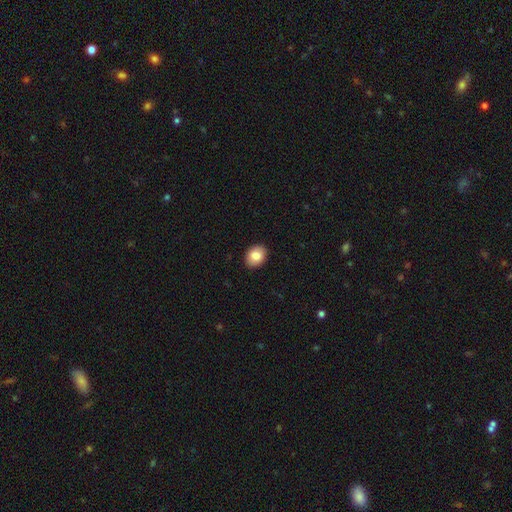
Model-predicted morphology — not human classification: smooth 85%, featured or disk 8%, star or artifact 8%. Down the decision tree: how rounded — in between (64%); merging — none (91%).